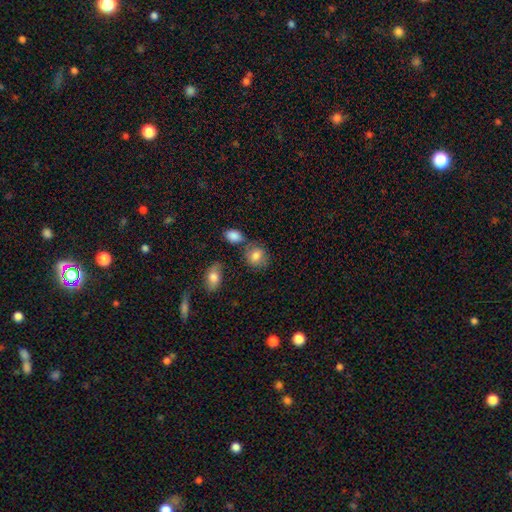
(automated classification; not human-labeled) Smooth or featured: smooth — 81% (featured or disk — 11%)
How rounded: round — 64% (in between — 35%)
Merging: none — 65% (minor disturbance — 17%)